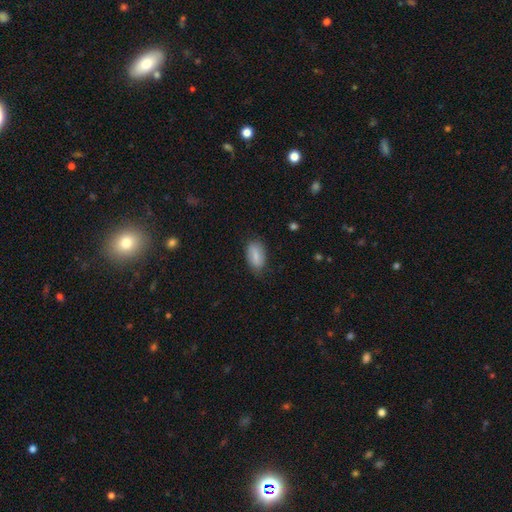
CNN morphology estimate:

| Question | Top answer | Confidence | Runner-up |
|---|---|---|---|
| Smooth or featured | smooth | 74% | featured or disk (19%) |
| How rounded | in between | 92% | round (5%) |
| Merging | none | 72% | minor disturbance (22%) |